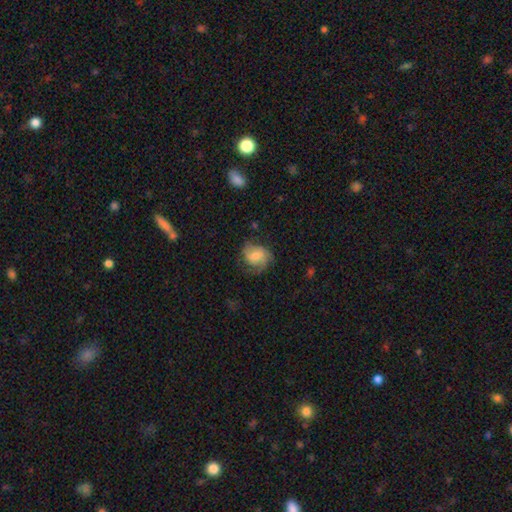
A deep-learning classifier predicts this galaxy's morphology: This is possibly a featured or disk galaxy (54%). It is clearly not viewed edge-on (97%). Bar: likely no (62%). Spiral arm pattern: clearly yes (88%). Central bulge: possibly moderate (51%). Merging: possibly none (59%).